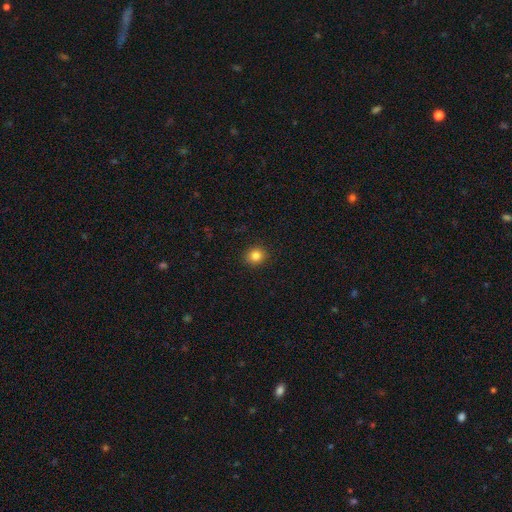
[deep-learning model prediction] Morphology: type=smooth (84%); roundness=round (83%); merging=none (91%).